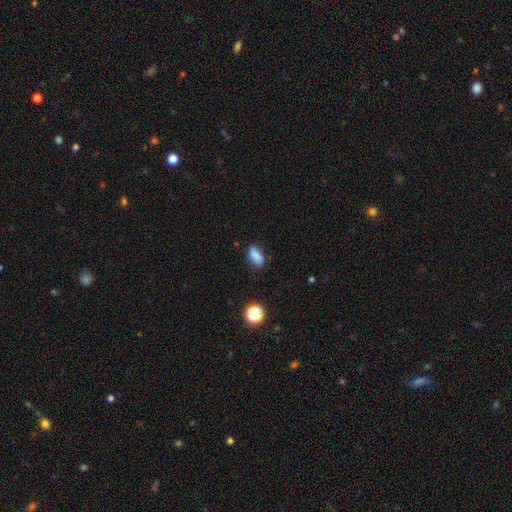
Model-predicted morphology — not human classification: Q: Smooth or featured?
A: smooth (84%); runner-up: star or artifact (10%)
Q: How rounded?
A: in between (85%); runner-up: cigar-shaped (8%)
Q: Merging?
A: none (82%); runner-up: minor disturbance (14%)